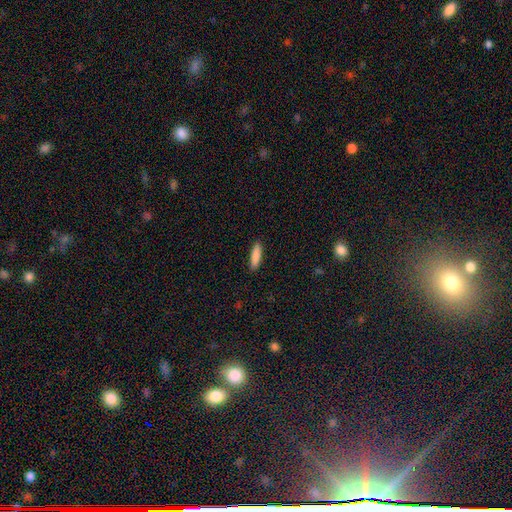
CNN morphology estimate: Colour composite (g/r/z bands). It shows a smooth galaxy with no disk features (87%) that is cigar-shaped (66%). Merging: none (90%).